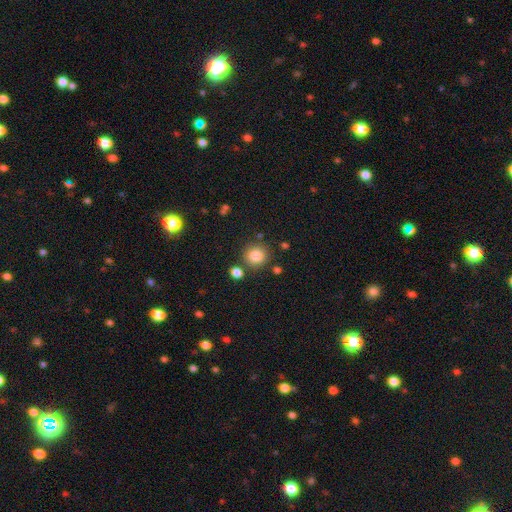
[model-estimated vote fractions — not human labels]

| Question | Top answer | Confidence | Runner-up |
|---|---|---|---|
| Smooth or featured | smooth | 85% | star or artifact (10%) |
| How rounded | round | 90% | in between (9%) |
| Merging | none | 81% | minor disturbance (9%) |